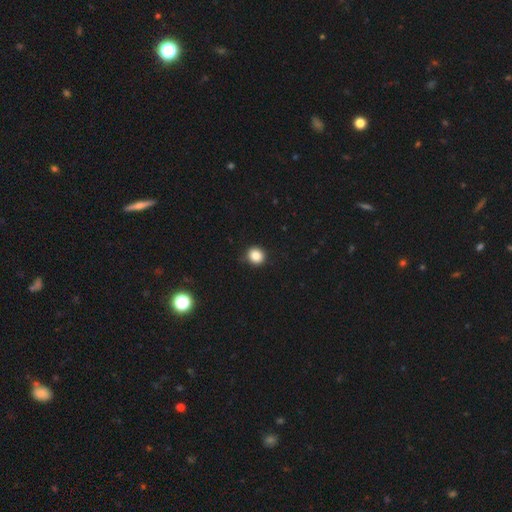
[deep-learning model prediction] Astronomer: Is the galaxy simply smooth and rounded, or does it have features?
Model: smooth — 84%.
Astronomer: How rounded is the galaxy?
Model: round — 89%.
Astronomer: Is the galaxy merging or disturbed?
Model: none — 89%.